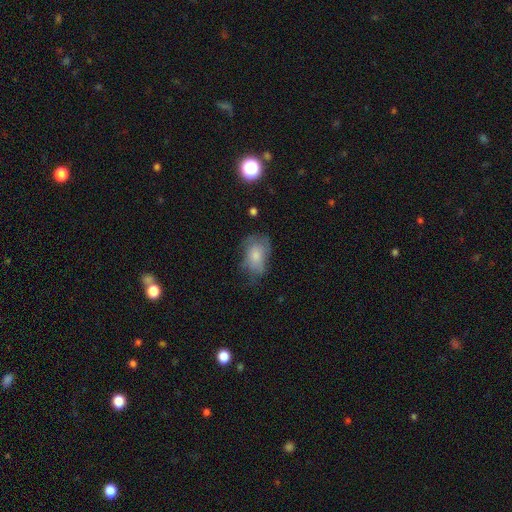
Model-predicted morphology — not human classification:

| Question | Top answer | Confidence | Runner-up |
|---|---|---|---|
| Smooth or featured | smooth | 68% | featured or disk (22%) |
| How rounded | in between | 83% | round (15%) |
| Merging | none | 43% | minor disturbance (32%) |